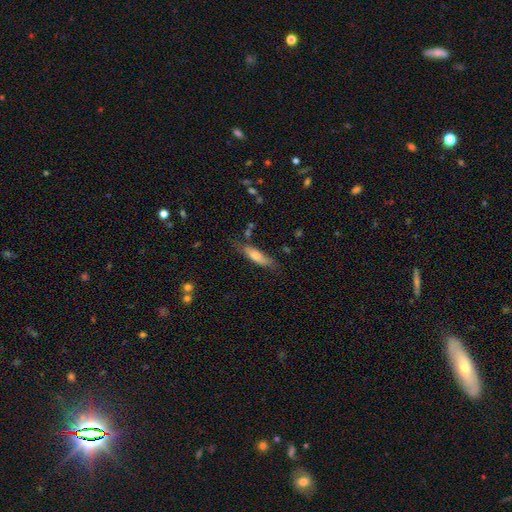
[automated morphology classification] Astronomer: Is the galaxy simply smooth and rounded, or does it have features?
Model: smooth — 72%.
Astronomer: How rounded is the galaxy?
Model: cigar-shaped — 60% (runner-up: in between, 38%).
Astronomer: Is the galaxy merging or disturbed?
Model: none — 60%.